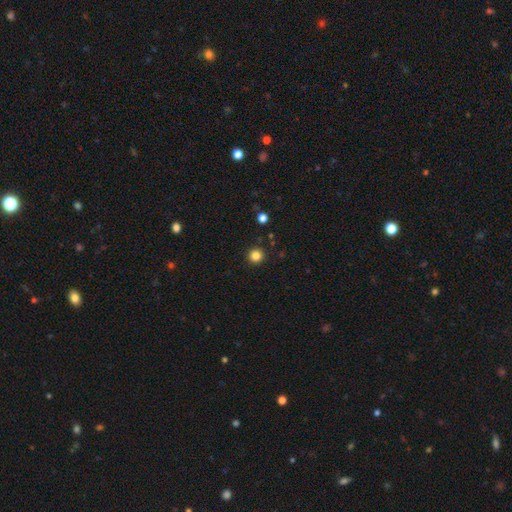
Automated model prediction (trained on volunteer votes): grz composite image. It shows a smooth galaxy with no disk features (84%) that is round (96%). Merging: none (92%).